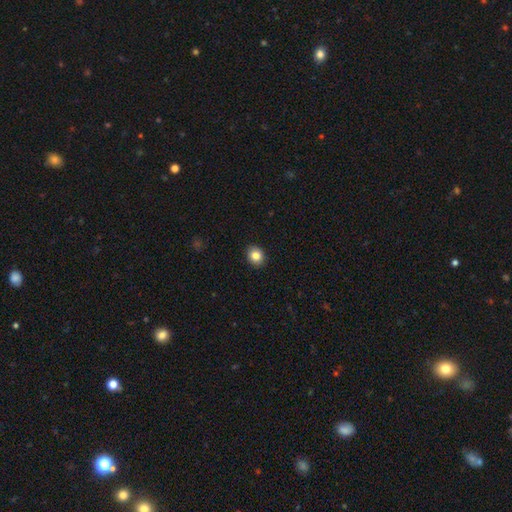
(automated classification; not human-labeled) This is clearly a smooth galaxy (84%). How rounded: likely round (66%). Merging: clearly none (91%).